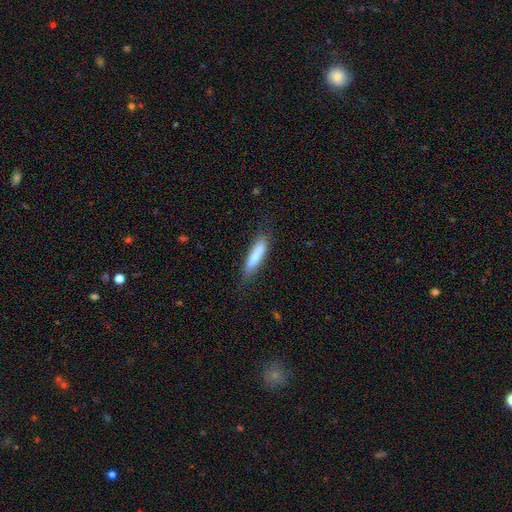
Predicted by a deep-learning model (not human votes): Smooth or featured? Predicted: smooth (p=0.70). How rounded? Predicted: cigar-shaped (p=0.78). Merging? Predicted: none (p=0.74).